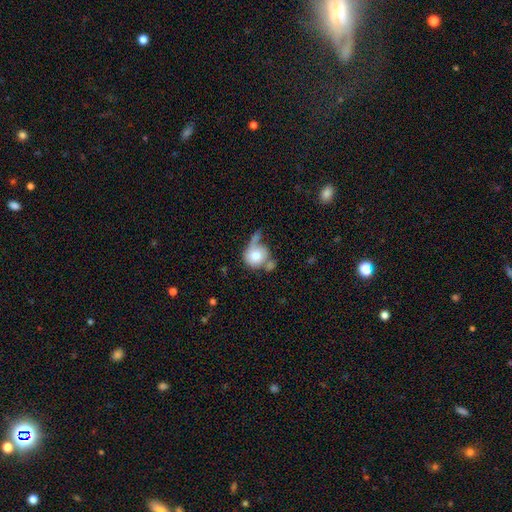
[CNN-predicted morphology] This appears to be a smooth galaxy with no disk features (69%) that is round (83%). Merging: major disturbance (28%, tied with none).